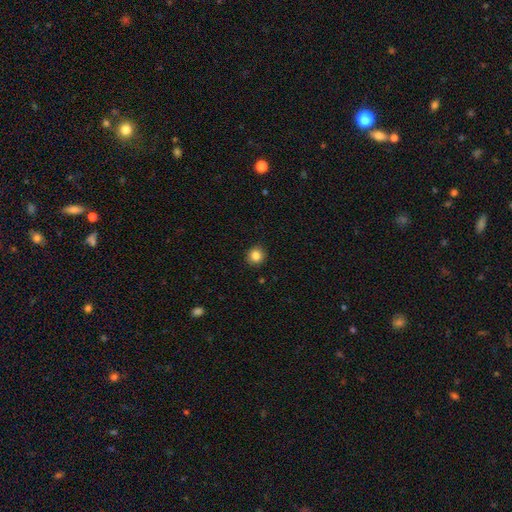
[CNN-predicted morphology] smooth-or-featured: smooth: 84% | star or artifact: 10% | featured or disk: 5%
  how-rounded: round: 92% | in between: 7% | cigar-shaped: 1%
  merging: none: 92% | minor disturbance: 5% | major disturbance: 2% | merger: 1%